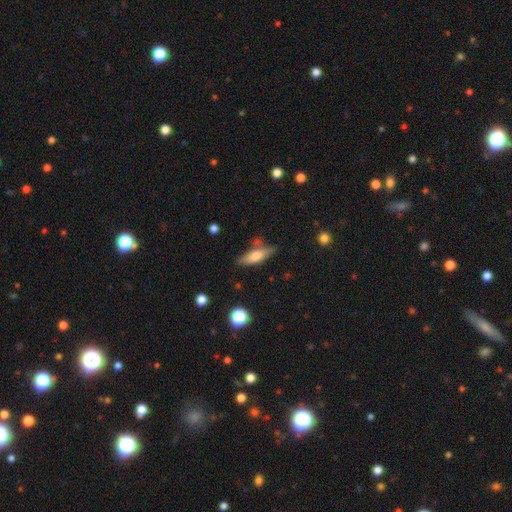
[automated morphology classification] Smooth or featured? smooth (63%)
How rounded? cigar-shaped (49%)
Merging? none (69%)